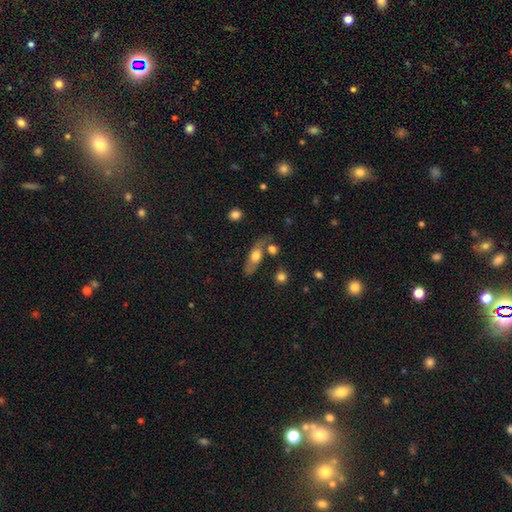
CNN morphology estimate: This appears to be a smooth galaxy with no disk features (56%) that is in between round and cigar-shaped (60%). Merging: none (61%).